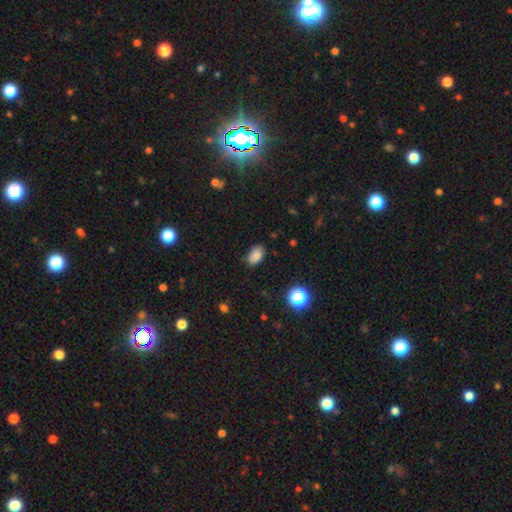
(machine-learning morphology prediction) smooth 84%, star or artifact 12%, featured or disk 5%. Down the decision tree: how rounded — in between (88%); merging — none (79%).